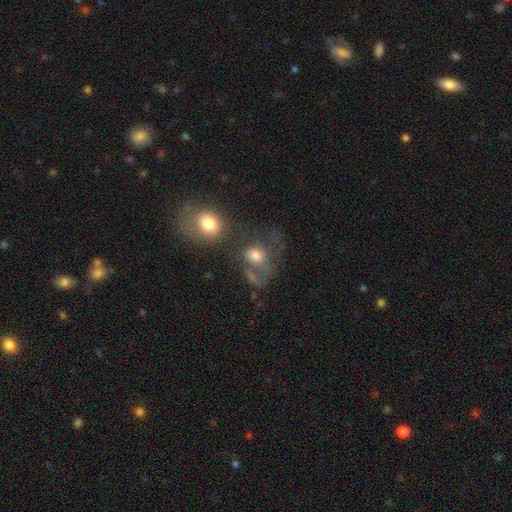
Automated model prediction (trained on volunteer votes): A smooth galaxy with no disk features (59%) that is round (50%).

Vote fractions:
- Smooth or featured? smooth: 59% / featured or disk: 27% / star or artifact: 13%
- How rounded? round: 50% / in between: 49% / cigar-shaped: 2%
- Merging? merger: 34% / major disturbance: 28% / none: 25% / minor disturbance: 14%